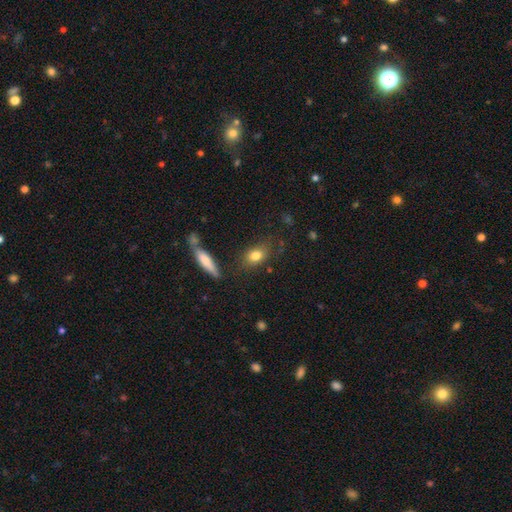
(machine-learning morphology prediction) A smooth galaxy with no disk features (79%) that is in between round and cigar-shaped (71%).

Vote fractions:
- Smooth or featured? smooth: 79% / featured or disk: 12% / star or artifact: 9%
- How rounded? in between: 71% / round: 22% / cigar-shaped: 7%
- Merging? none: 73% / minor disturbance: 16% / merger: 6% / major disturbance: 5%